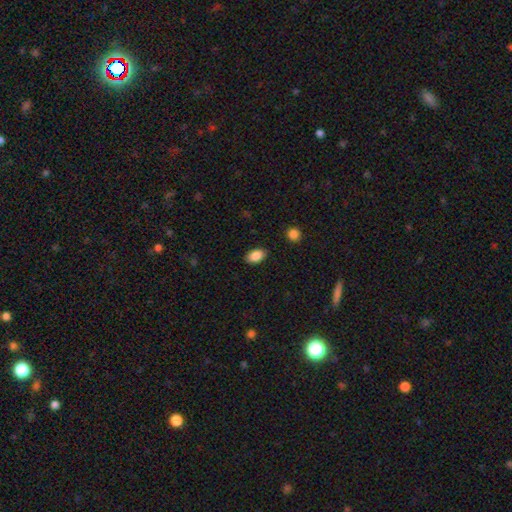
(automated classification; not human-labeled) A smooth galaxy with no disk features (87%) that is in between round and cigar-shaped (89%).

Vote fractions:
- Smooth or featured? smooth: 87% / star or artifact: 8% / featured or disk: 5%
- How rounded? in between: 89% / round: 9% / cigar-shaped: 2%
- Merging? none: 87% / minor disturbance: 9% / major disturbance: 2% / merger: 1%